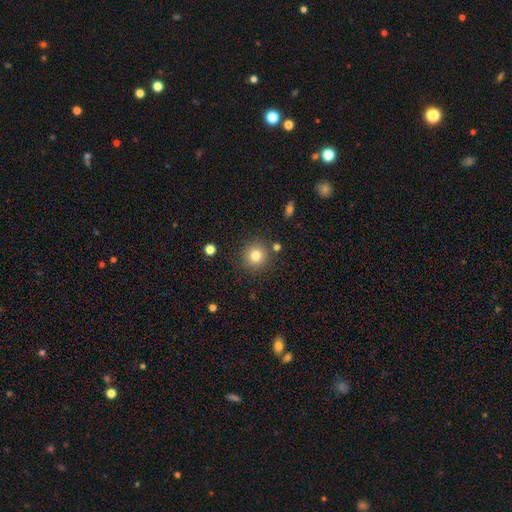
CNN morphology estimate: A smooth galaxy with no disk features (81%) that is round (93%).

Vote fractions:
- Smooth or featured? smooth: 81% / star or artifact: 12% / featured or disk: 7%
- How rounded? round: 93% / in between: 6% / cigar-shaped: 1%
- Merging? none: 86% / minor disturbance: 7% / merger: 4% / major disturbance: 3%